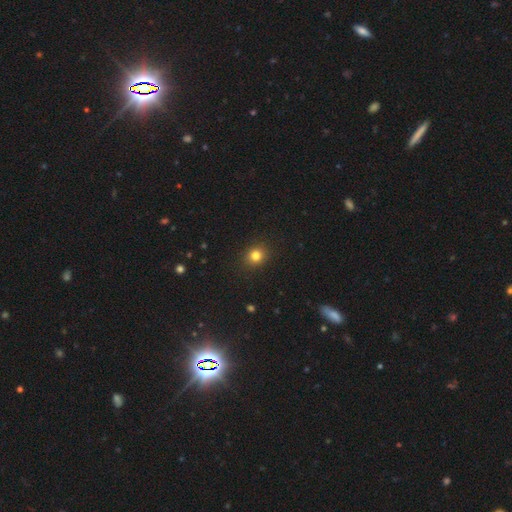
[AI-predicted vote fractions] This is clearly a smooth galaxy (81%). How rounded: likely round (79%). Merging: clearly none (90%).